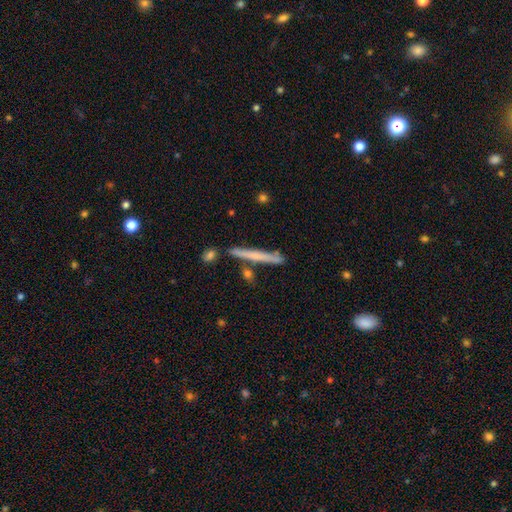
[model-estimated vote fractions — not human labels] smooth_or_featured: smooth (p=0.52) [alt: featured or disk p=0.41]
how_rounded: cigar-shaped (p=0.96) [alt: in between p=0.03]
merging: none (p=0.81) [alt: minor disturbance p=0.11]